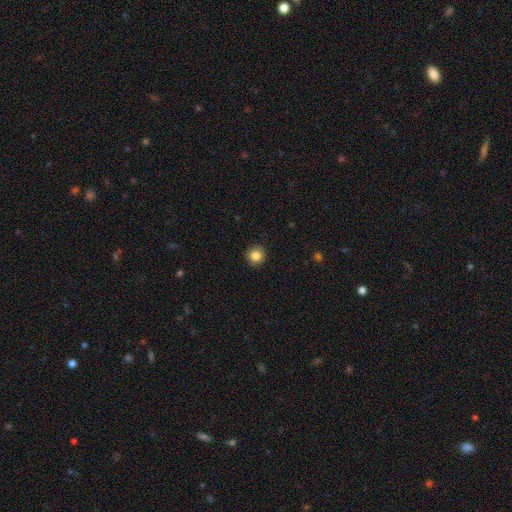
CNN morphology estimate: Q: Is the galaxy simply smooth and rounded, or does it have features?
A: smooth — 84%.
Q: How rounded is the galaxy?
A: round — 94%.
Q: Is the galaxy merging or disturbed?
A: none — 92%.